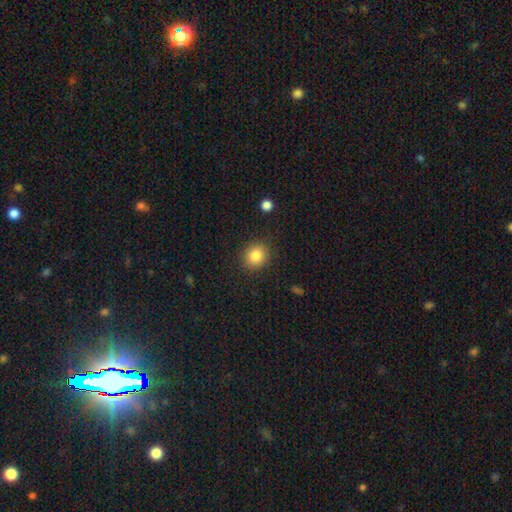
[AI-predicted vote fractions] Overall: smooth (84%). How rounded: round (78%). Merging: none (88%).